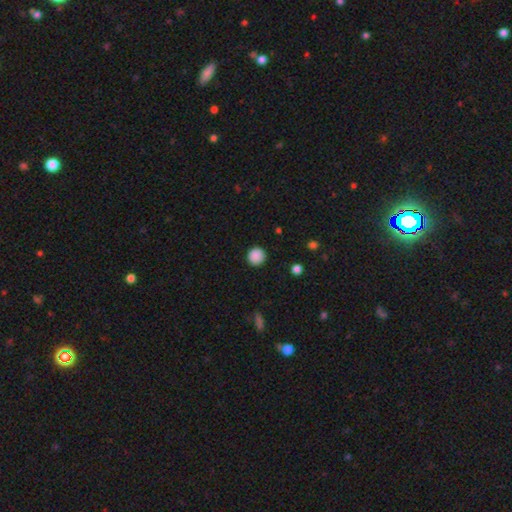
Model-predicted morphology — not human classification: A smooth galaxy with no disk features (88%) that is round (94%). Merging: none (91%).